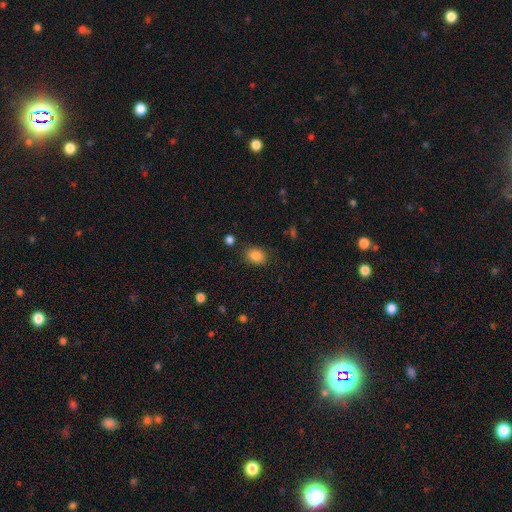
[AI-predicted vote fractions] Morphology: type=smooth (85%); roundness=in between (66%); merging=none (83%).